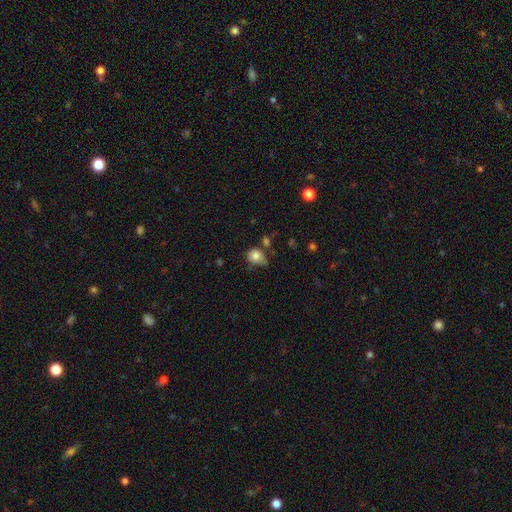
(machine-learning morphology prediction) A smooth galaxy with no disk features (79%) that is round (58%).

Vote fractions:
- Smooth or featured? smooth: 79% / featured or disk: 10% / star or artifact: 10%
- How rounded? round: 58% / in between: 41% / cigar-shaped: 1%
- Merging? none: 48% / minor disturbance: 33% / major disturbance: 9% / merger: 9%